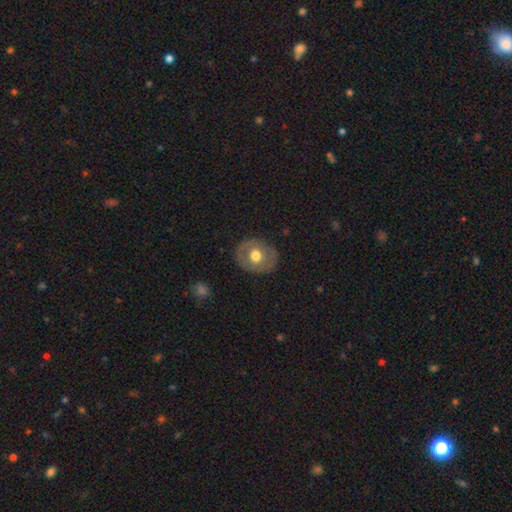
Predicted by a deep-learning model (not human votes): smooth-or-featured: smooth: 54% | featured or disk: 40% | star or artifact: 7%
  how-rounded: round: 64% | in between: 35% | cigar-shaped: 1%
  merging: none: 83% | minor disturbance: 12% | major disturbance: 4% | merger: 1%